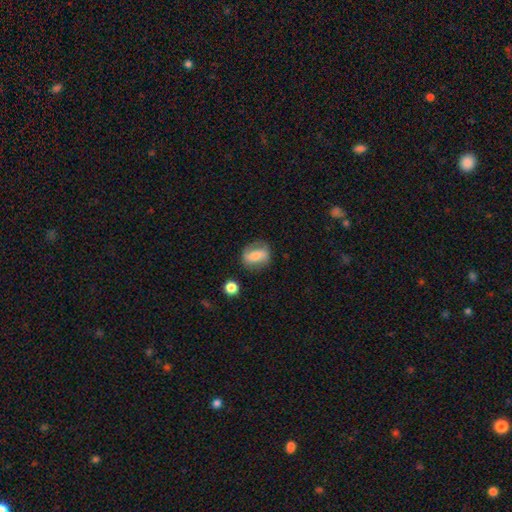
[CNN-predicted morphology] smooth-or-featured: smooth: 51% | featured or disk: 41% | star or artifact: 8%
  how-rounded: in between: 60% | round: 36% | cigar-shaped: 4%
  merging: none: 71% | minor disturbance: 19% | major disturbance: 7% | merger: 3%